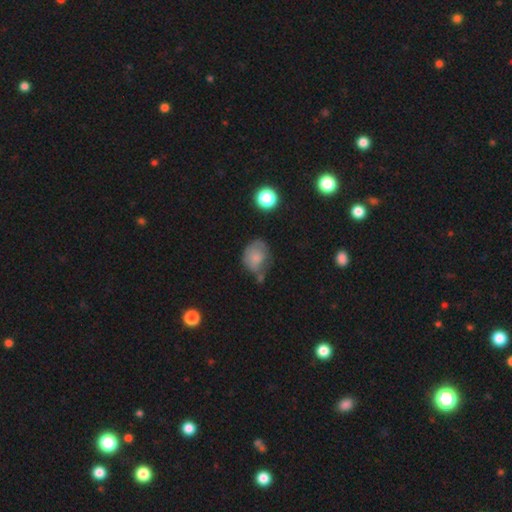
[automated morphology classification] type=smooth (70%); roundness=round (50%); merging=none (36%).